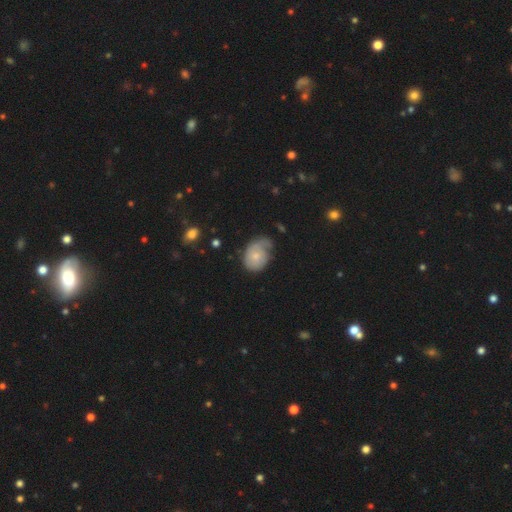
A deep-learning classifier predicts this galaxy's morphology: Smooth or featured? Predicted: smooth (p=0.52). How rounded? Predicted: in between (p=0.62). Merging? Predicted: minor disturbance (p=0.36).